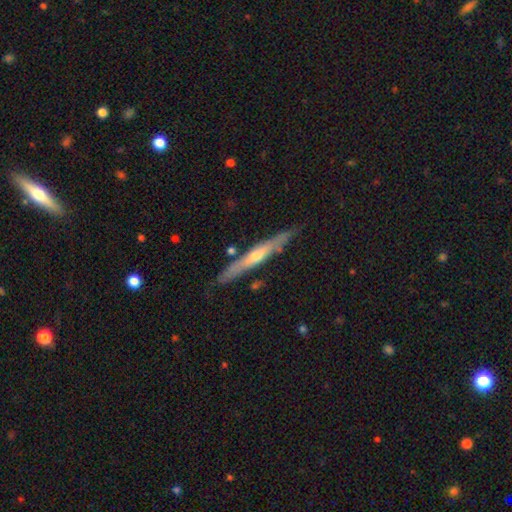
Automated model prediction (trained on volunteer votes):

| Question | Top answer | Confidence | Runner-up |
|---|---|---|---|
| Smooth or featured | featured or disk | 66% | smooth (29%) |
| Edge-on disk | yes | 93% | no (7%) |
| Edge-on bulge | rounded | 69% | none (27%) |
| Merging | none | 83% | minor disturbance (12%) |